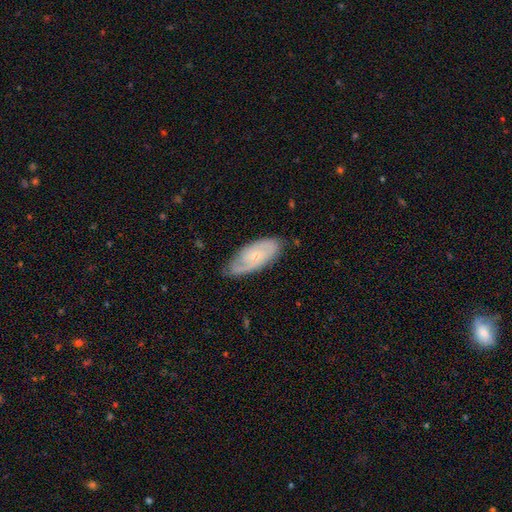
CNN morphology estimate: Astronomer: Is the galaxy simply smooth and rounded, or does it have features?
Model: featured or disk — 66%.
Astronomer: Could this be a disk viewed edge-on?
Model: no — 91%.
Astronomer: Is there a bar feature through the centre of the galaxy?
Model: no — 73%.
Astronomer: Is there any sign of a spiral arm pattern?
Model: yes — 88%.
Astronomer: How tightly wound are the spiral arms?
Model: tight — 50% (runner-up: medium, 37%).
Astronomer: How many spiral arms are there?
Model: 2 — 48% (runner-up: can't tell, 29%).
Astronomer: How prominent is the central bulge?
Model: small — 75%.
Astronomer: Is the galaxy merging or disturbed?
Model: none — 71%.